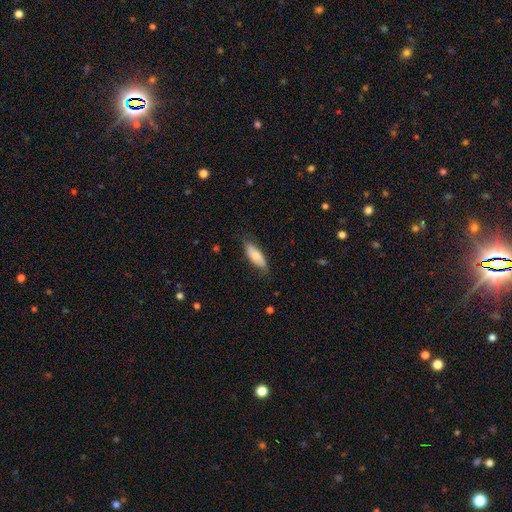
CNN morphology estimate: smooth_or_featured: smooth (p=0.77) [alt: featured or disk p=0.17]
how_rounded: in between (p=0.70) [alt: cigar-shaped p=0.29]
merging: none (p=0.76) [alt: minor disturbance p=0.20]